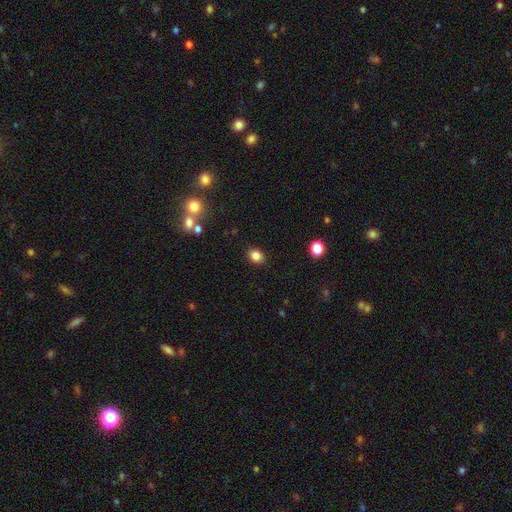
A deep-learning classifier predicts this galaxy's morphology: type=smooth (84%); roundness=round (52%); merging=none (89%).